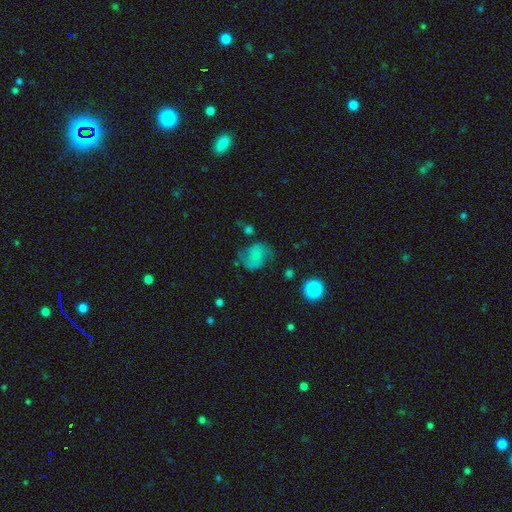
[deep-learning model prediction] Smooth or featured? featured or disk (45%)
Merging? none (56%)